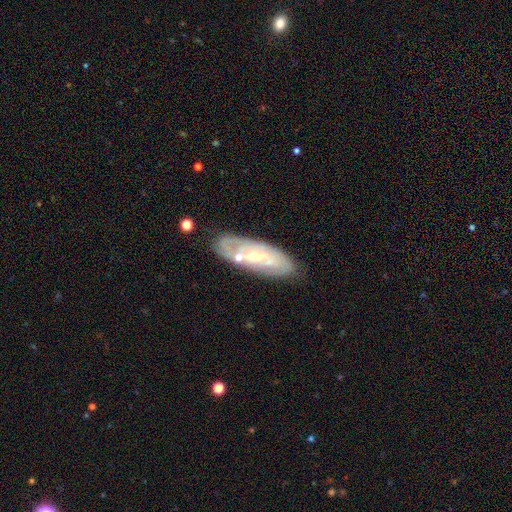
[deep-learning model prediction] This is likely a featured or disk galaxy (67%). It is clearly not viewed edge-on (84%). Bar: possibly no (52%). Spiral arm pattern: likely yes (66%). Central bulge: likely small (61%). Merging: likely none (73%).